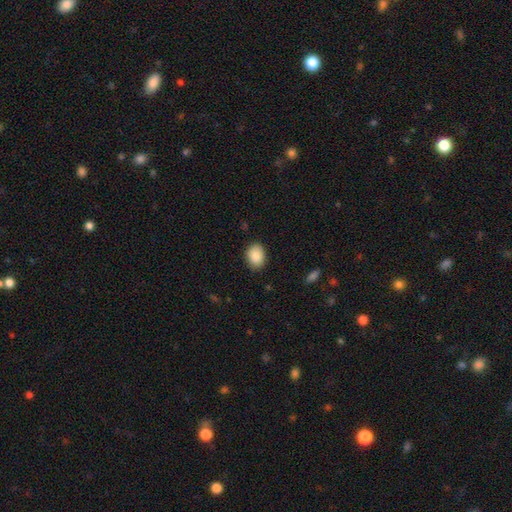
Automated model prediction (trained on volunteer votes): This appears to be a smooth galaxy with no disk features (87%) that is in between round and cigar-shaped (70%). Merging: none (87%).